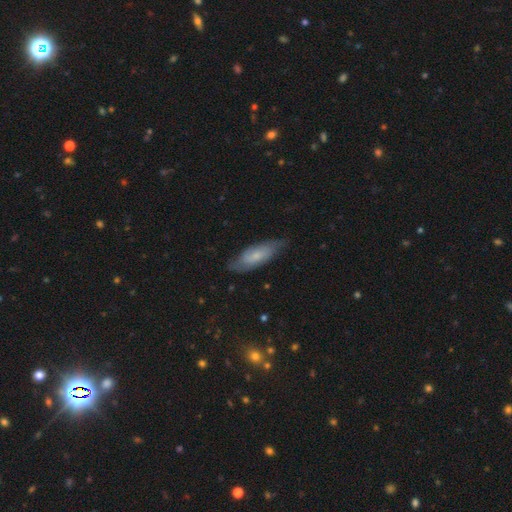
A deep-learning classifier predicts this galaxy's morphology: smooth 53%, featured or disk 41%, star or artifact 7%. Down the decision tree: how rounded — in between (62%); merging — none (71%).